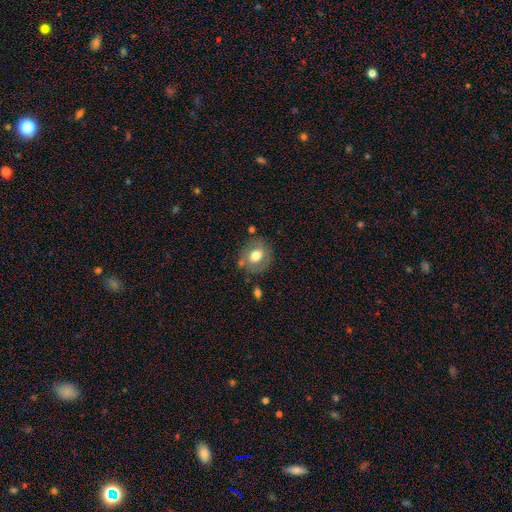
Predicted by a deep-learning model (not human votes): This appears to be a smooth galaxy with no disk features (63%) that is round (68%). Merging: none (71%).